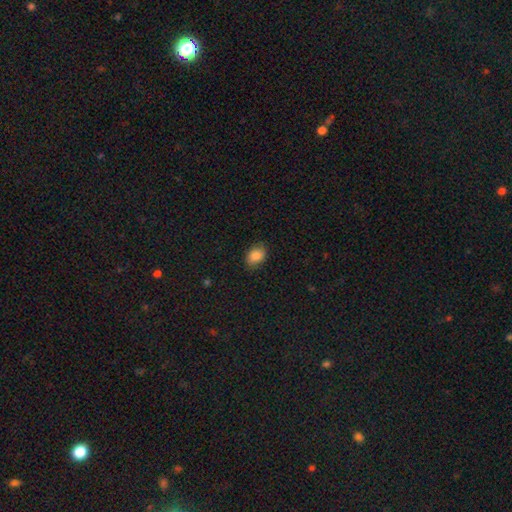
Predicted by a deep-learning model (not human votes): A smooth galaxy with no disk features (86%) that is in between round and cigar-shaped (76%).

Vote fractions:
- Smooth or featured? smooth: 86% / star or artifact: 8% / featured or disk: 6%
- How rounded? in between: 76% / round: 23% / cigar-shaped: 1%
- Merging? none: 82% / minor disturbance: 14% / major disturbance: 3% / merger: 1%